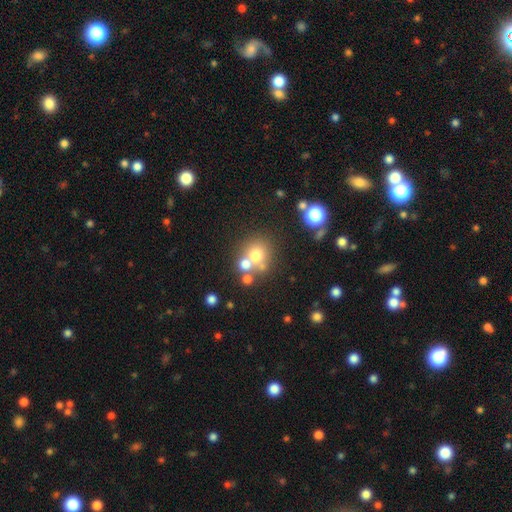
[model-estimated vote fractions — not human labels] smooth-or-featured: smooth: 65% | featured or disk: 18% | star or artifact: 17%
  how-rounded: round: 85% | in between: 15% | cigar-shaped: 1%
  merging: none: 51% | merger: 35% | minor disturbance: 9% | major disturbance: 5%